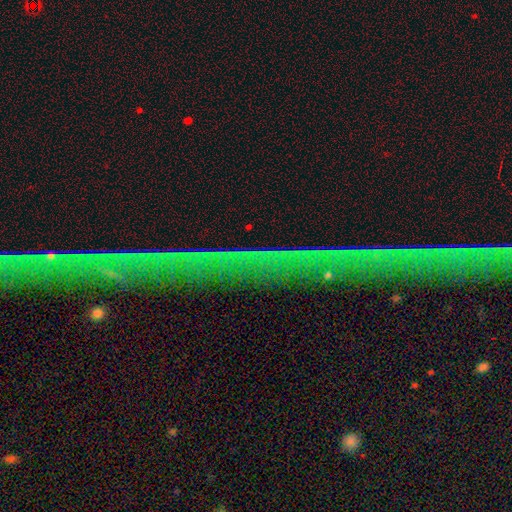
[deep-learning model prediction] Smooth or featured: star or artifact — 76% (featured or disk — 14%)